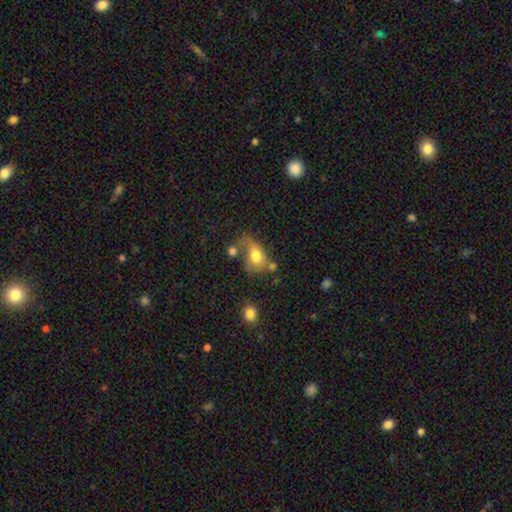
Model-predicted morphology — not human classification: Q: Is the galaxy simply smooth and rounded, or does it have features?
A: smooth — 68%.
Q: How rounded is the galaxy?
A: in between — 71%.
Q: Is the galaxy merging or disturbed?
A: none — 31%.